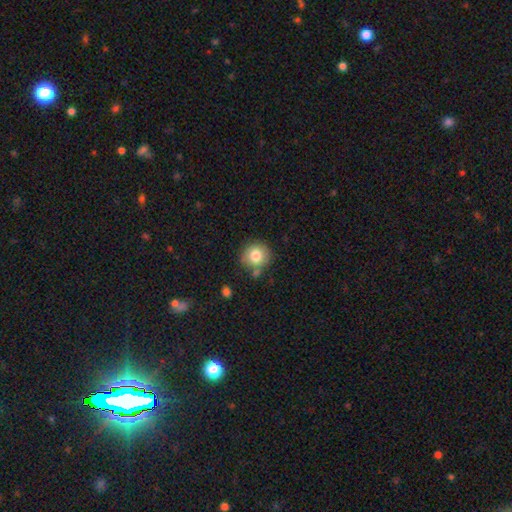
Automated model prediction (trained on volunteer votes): The model was most divided on "merging": none: 76%, minor disturbance: 12%, merger: 8%, major disturbance: 3%. More confident: how rounded — round (87%); smooth or featured — smooth (80%).